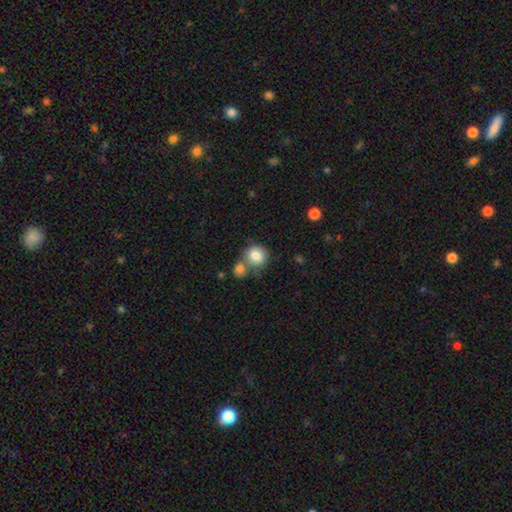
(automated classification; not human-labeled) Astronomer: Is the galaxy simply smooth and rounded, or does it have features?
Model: smooth — 83%.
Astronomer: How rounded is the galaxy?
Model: round — 79%.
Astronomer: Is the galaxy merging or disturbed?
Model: none — 47% (runner-up: merger, 37%).